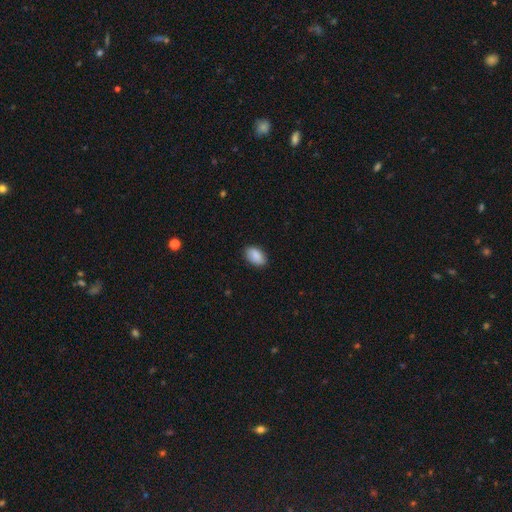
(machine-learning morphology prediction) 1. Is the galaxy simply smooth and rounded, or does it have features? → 86% smooth, 7% featured or disk, 7% star or artifact.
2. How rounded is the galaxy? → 91% in between, 8% round, 1% cigar-shaped.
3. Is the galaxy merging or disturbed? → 87% none, 10% minor disturbance, 2% major disturbance, 1% merger.